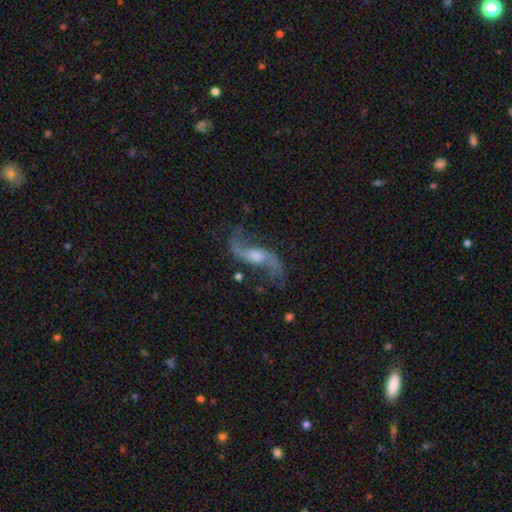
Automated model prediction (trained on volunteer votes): Morphology: type=featured or disk (89%); edge-on=no (94%); bar=no (49%); spiral arms=yes (97%); winding=loose (87%); arm count=2 (94%); bulge=moderate (46%); merging=none (75%).